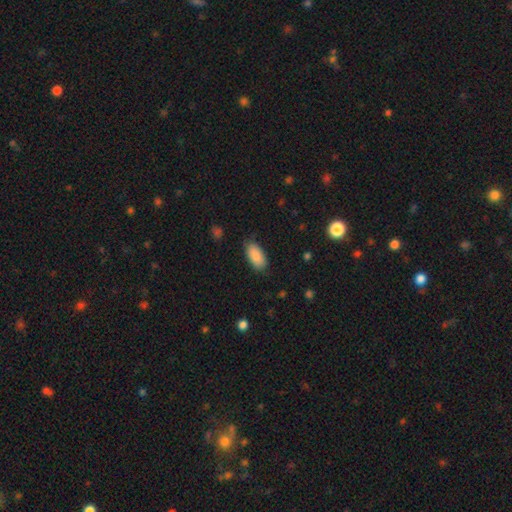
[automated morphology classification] smooth 89%, star or artifact 6%, featured or disk 5%. Down the decision tree: how rounded — in between (92%); merging — none (84%).